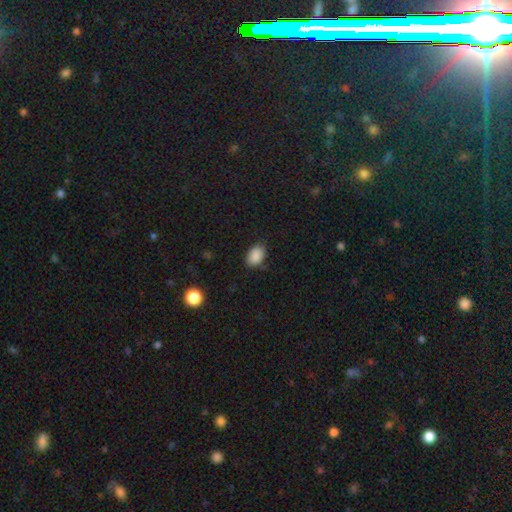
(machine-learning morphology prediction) smooth-or-featured: smooth: 88% | star or artifact: 8% | featured or disk: 4%
  how-rounded: in between: 85% | round: 14% | cigar-shaped: 1%
  merging: none: 75% | minor disturbance: 20% | major disturbance: 4% | merger: 1%